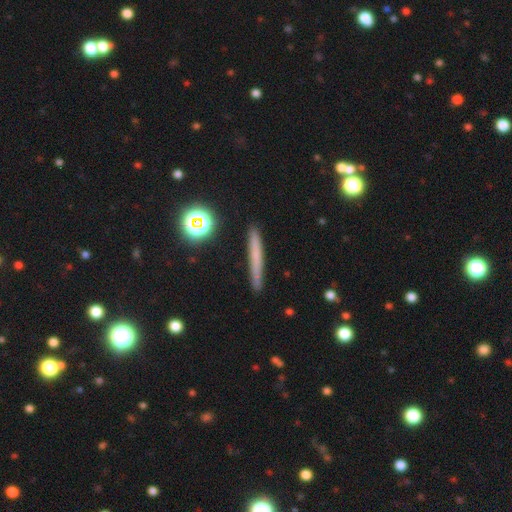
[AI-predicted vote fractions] smooth-or-featured: smooth: 60% | featured or disk: 29% | star or artifact: 11%
  how-rounded: cigar-shaped: 95% | in between: 3% | round: 2%
  merging: none: 89% | minor disturbance: 8% | major disturbance: 2% | merger: 2%